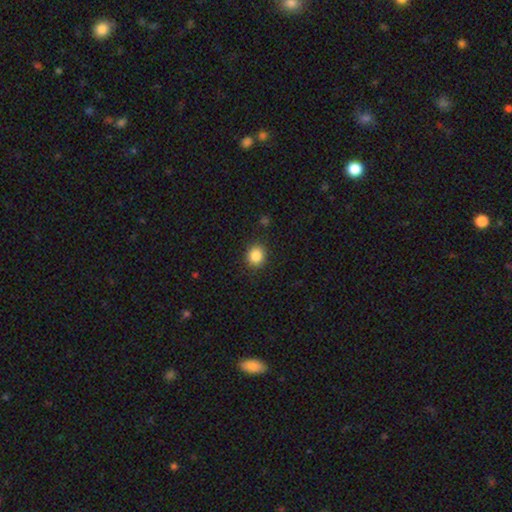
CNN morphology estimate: Smooth or featured? smooth (86%)
How rounded? round (78%)
Merging? none (88%)